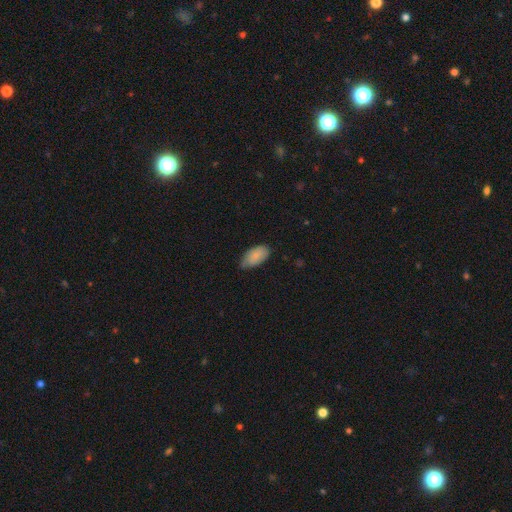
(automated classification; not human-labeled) Morphology: type=smooth (82%); roundness=in between (94%); merging=none (61%).